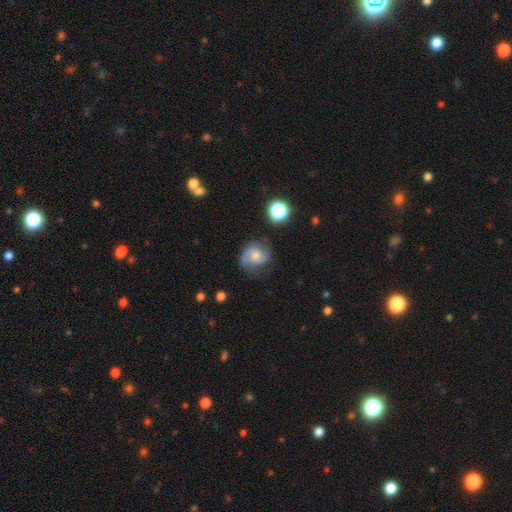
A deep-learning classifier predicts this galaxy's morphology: This appears to be a featured or disk galaxy (51%). Merging: none (57%).